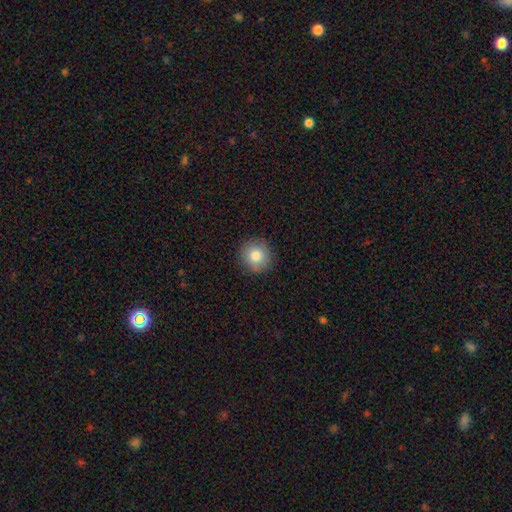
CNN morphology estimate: Smooth or featured: smooth — 82% (star or artifact — 9%)
How rounded: round — 93% (in between — 6%)
Merging: none — 89% (minor disturbance — 8%)